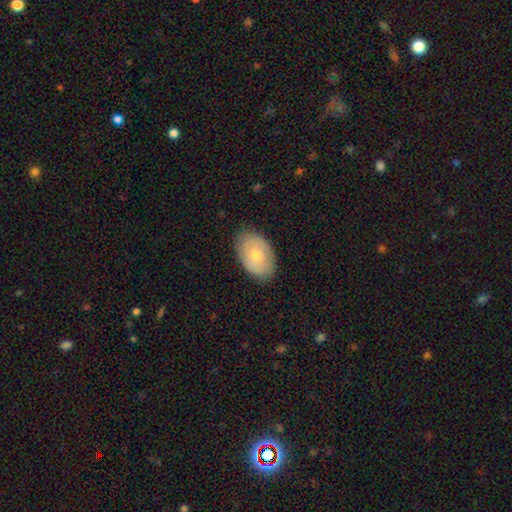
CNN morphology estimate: smooth_or_featured: smooth (p=0.66) [alt: featured or disk p=0.28]
how_rounded: in between (p=0.89) [alt: round p=0.10]
merging: none (p=0.83) [alt: minor disturbance p=0.13]